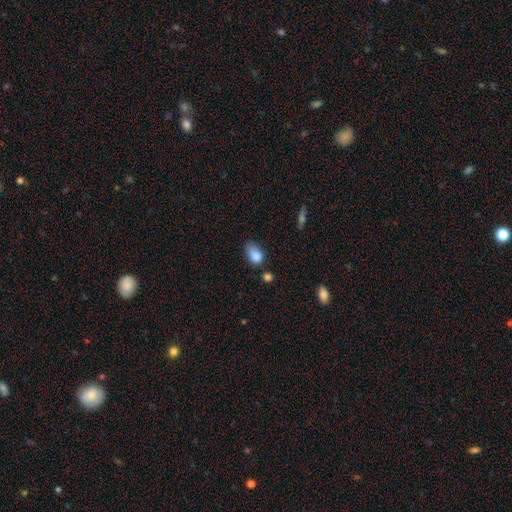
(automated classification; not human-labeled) Morphology: type=smooth (83%); roundness=in between (86%); merging=none (40%).